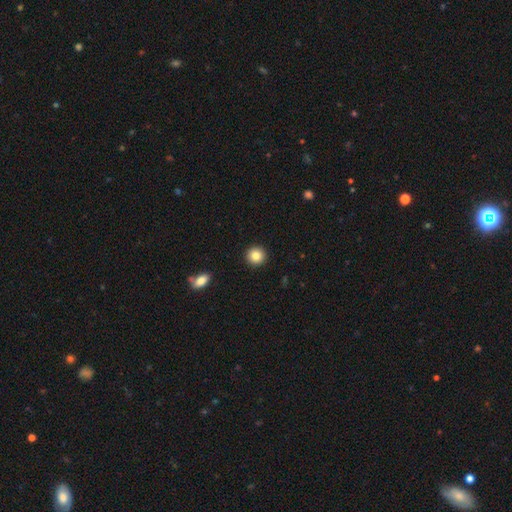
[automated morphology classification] type=smooth (84%); roundness=round (94%); merging=none (93%).